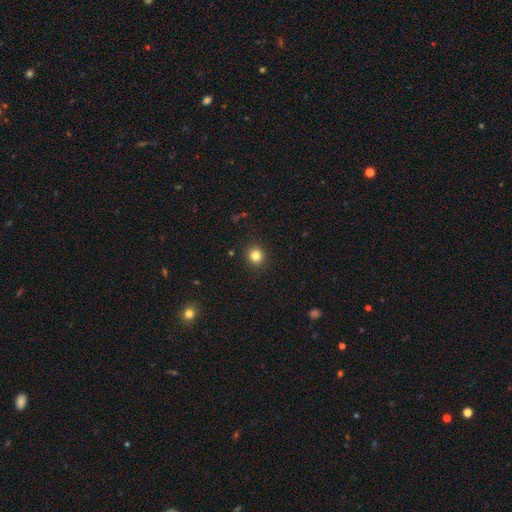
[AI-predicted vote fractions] The model was most divided on "smooth or featured": smooth: 83%, star or artifact: 12%, featured or disk: 5%. More confident: merging — none (91%); how rounded — round (90%).